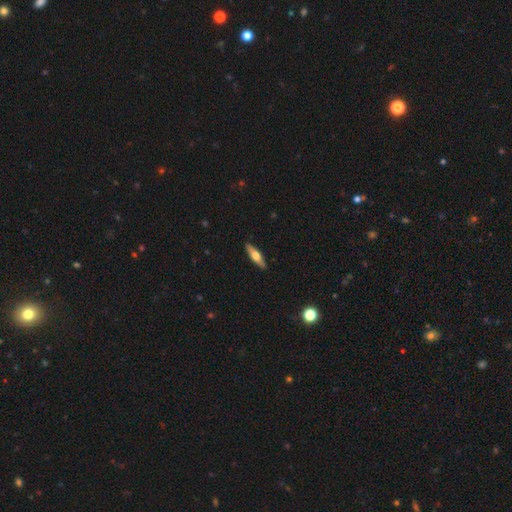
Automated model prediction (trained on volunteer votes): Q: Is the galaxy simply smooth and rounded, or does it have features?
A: featured or disk — 51%.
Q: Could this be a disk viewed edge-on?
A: yes — 92%.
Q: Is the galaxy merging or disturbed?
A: none — 90%.